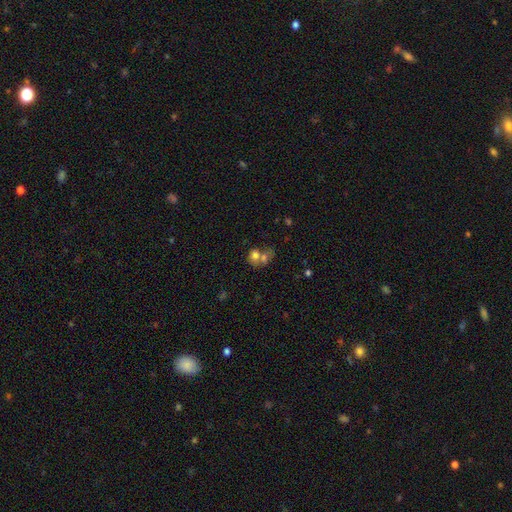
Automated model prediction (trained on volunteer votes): This is likely a smooth galaxy (70%). How rounded: possibly round (59%). Merging: likely merger (61%).